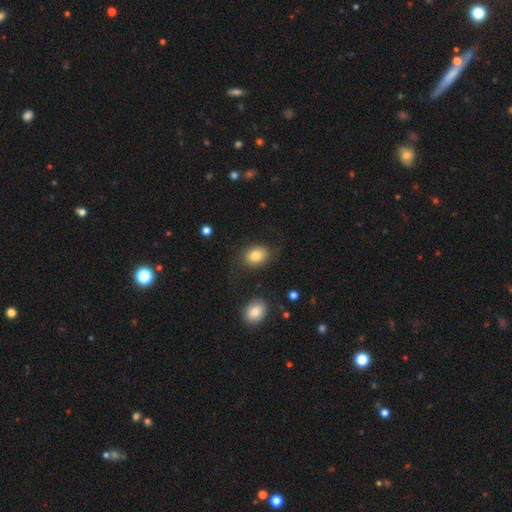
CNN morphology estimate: type=smooth (81%); roundness=in between (69%); merging=none (75%).